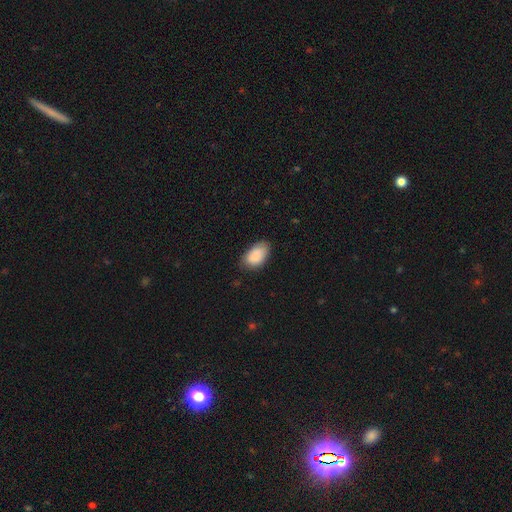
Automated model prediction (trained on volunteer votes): smooth_or_featured: smooth (p=0.89) [alt: star or artifact p=0.06]
how_rounded: in between (p=0.94) [alt: round p=0.05]
merging: none (p=0.74) [alt: minor disturbance p=0.21]